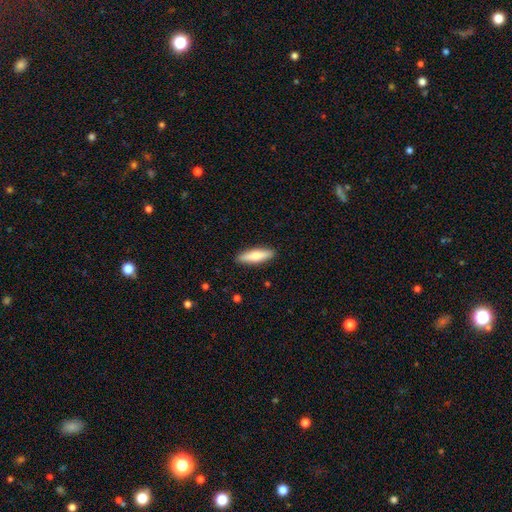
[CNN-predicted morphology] smooth-or-featured: smooth: 73% | featured or disk: 22% | star or artifact: 5%
  how-rounded: cigar-shaped: 67% | in between: 31% | round: 2%
  merging: none: 90% | minor disturbance: 7% | major disturbance: 2% | merger: 1%